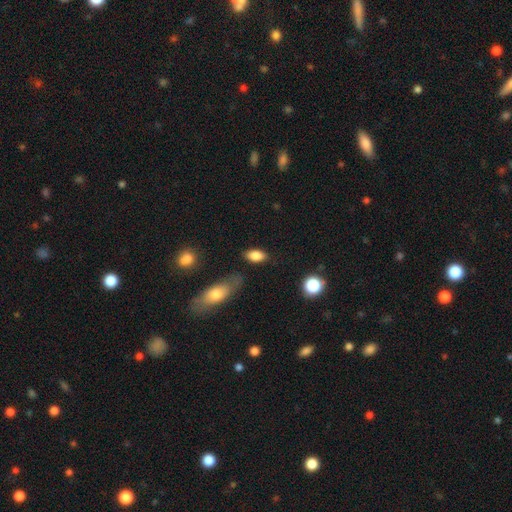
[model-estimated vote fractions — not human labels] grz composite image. It shows a smooth galaxy with no disk features (84%) that is in between round and cigar-shaped (89%). Merging: none (78%).